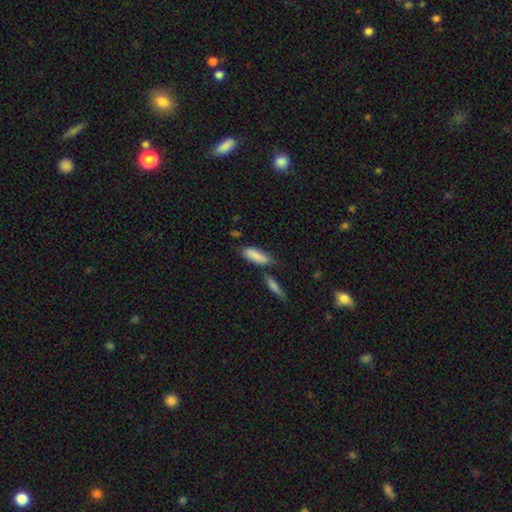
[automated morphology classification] This appears to be a smooth galaxy with no disk features (83%) that is in between round and cigar-shaped (57%). Merging: none (56%).